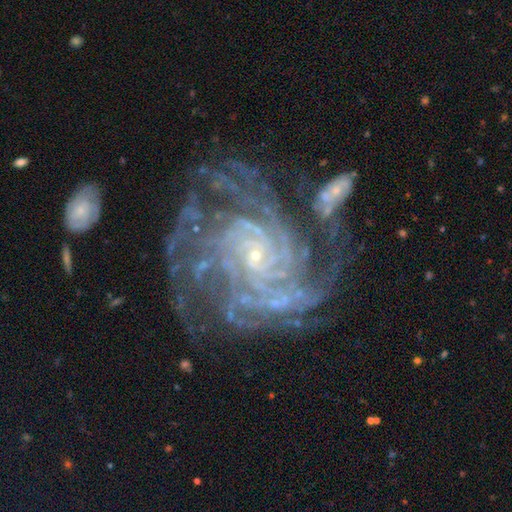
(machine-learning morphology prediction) A featured or disk galaxy (91%) with no bar (69%), more than 4 (28%) tight (75%) spiral arms (98%) and a small central bulge (87%).

Vote fractions:
- Smooth or featured? featured or disk: 91% / star or artifact: 6% / smooth: 3%
- Edge-on disk? no: 98% / yes: 2%
- Bar? no: 69% / weak: 22% / strong: 10%
- Spiral arms? yes: 98% / no: 2%
- Spiral winding? tight: 75% / medium: 21% / loose: 4%
- Spiral arm count? more than 4: 28% / 4: 25% / can't tell: 17% / 3: 12% / 2: 9% / 1: 8%
- Bulge size? small: 87% / moderate: 7% / none: 3% / large: 1% / dominant: 1%
- Merging? none: 57% / minor disturbance: 19% / major disturbance: 14% / merger: 10%